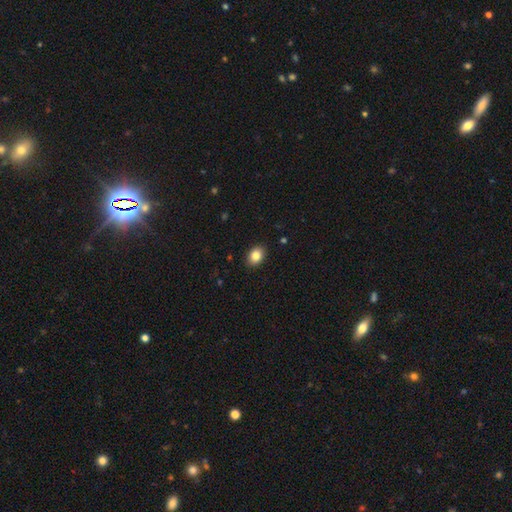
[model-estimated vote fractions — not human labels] Smooth or featured?
  - smooth: 85% *
  - star or artifact: 8%
  - featured or disk: 7%
How rounded?
  - in between: 72% *
  - round: 27%
  - cigar-shaped: 1%
Merging?
  - none: 90% *
  - minor disturbance: 8%
  - major disturbance: 2%
  - merger: 1%